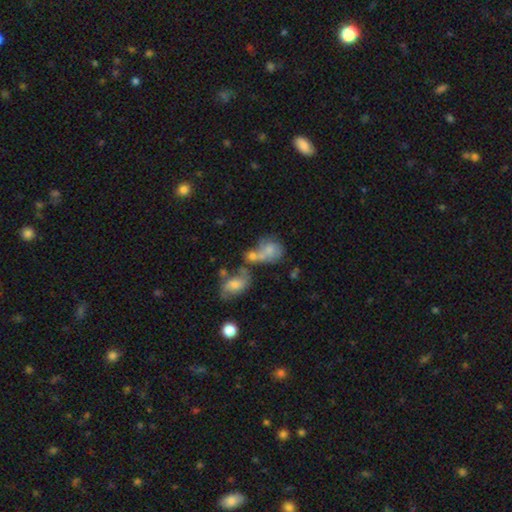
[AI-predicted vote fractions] The model was most divided on "smooth or featured": smooth: 55%, featured or disk: 33%, star or artifact: 12%. Remaining: how rounded — in between (60%); merging — merger (50%).